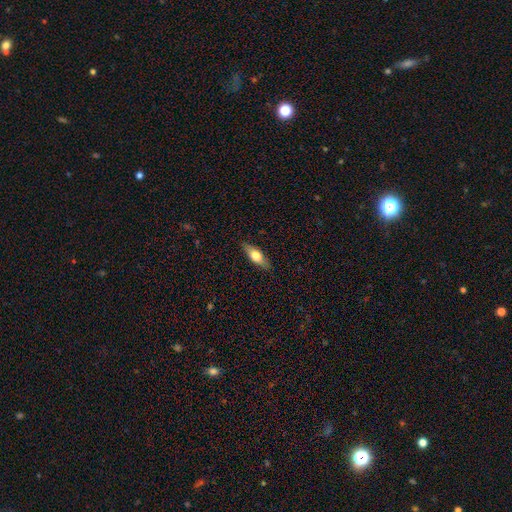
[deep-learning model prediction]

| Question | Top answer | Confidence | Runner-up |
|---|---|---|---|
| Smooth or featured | smooth | 62% | featured or disk (32%) |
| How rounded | in between | 65% | cigar-shaped (32%) |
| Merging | none | 87% | minor disturbance (10%) |